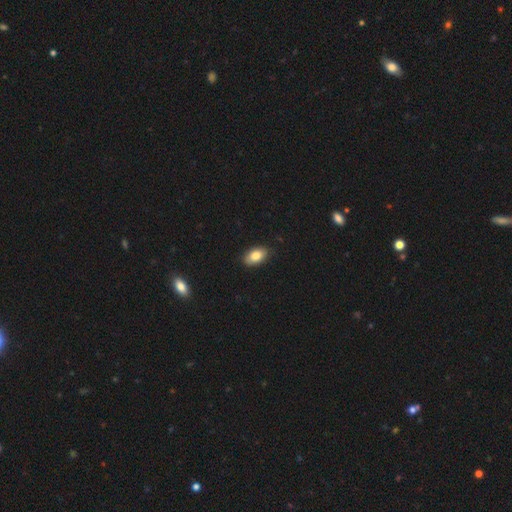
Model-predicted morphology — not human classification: type=smooth (83%); roundness=in between (92%); merging=none (87%).